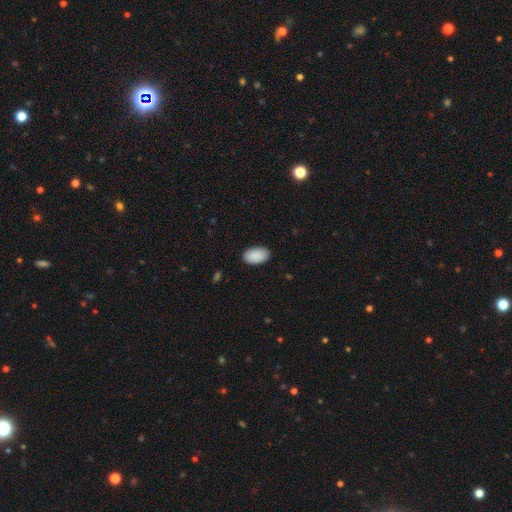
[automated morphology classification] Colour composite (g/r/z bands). It shows a smooth galaxy with no disk features (91%) that is in between round and cigar-shaped (94%). Merging: none (88%).